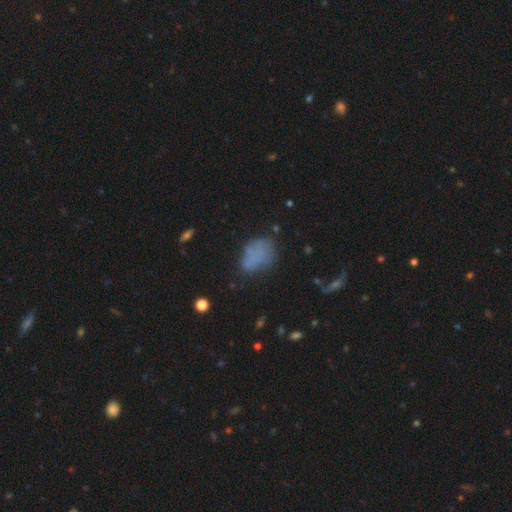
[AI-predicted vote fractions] Overall: smooth (61%; featured or disk 24%). How rounded: in between (69%). Merging: none (46%; minor disturbance 26%).